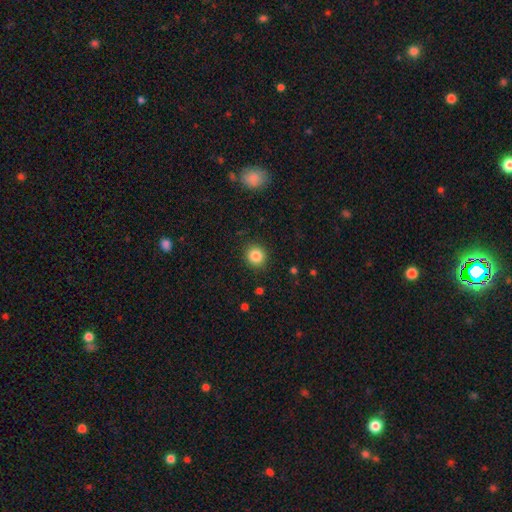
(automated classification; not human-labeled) smooth-or-featured: smooth: 85% | star or artifact: 10% | featured or disk: 5%
  how-rounded: round: 87% | in between: 12% | cigar-shaped: 1%
  merging: none: 90% | minor disturbance: 6% | major disturbance: 2% | merger: 1%